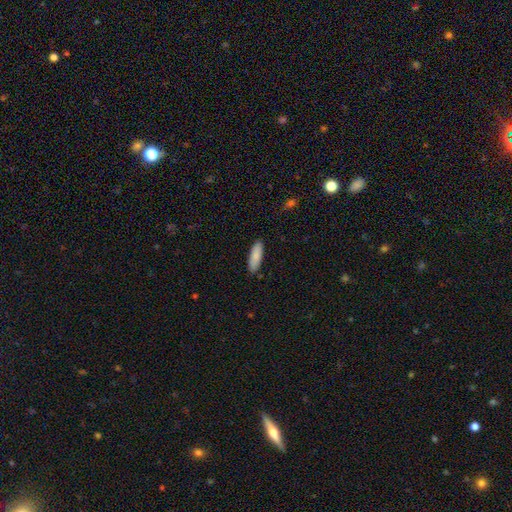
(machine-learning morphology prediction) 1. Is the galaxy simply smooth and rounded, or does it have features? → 86% smooth, 8% featured or disk, 6% star or artifact.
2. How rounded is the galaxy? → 51% in between, 47% cigar-shaped, 2% round.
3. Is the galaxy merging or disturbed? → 89% none, 9% minor disturbance, 2% major disturbance, 1% merger.